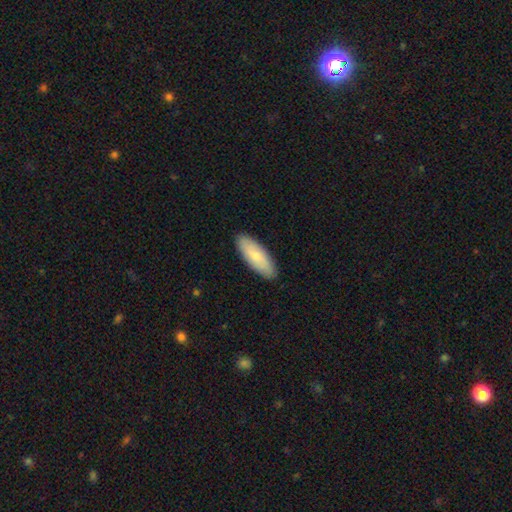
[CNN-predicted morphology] A smooth galaxy with no disk features (76%) that is in between round and cigar-shaped (69%). Merging: none (90%).